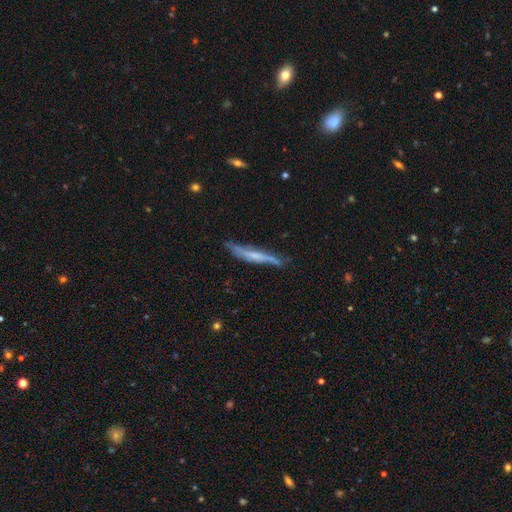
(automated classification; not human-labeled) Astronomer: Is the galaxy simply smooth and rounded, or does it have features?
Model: featured or disk — 57% (runner-up: smooth, 36%).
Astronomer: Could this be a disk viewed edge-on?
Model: yes — 83%.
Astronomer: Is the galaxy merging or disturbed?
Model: none — 65%.